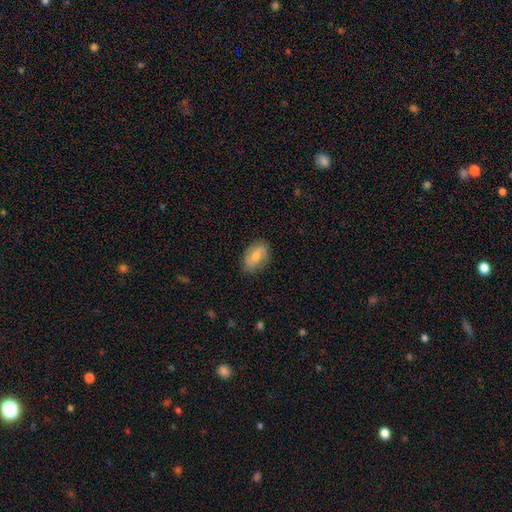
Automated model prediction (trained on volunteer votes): featured or disk 52%, smooth 39%, star or artifact 9%. Down the decision tree: edge-on disk — no (95%); merging — none (82%).